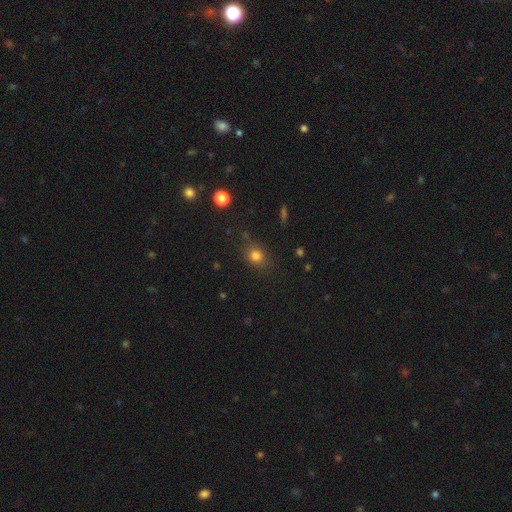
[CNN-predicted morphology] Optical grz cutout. It shows a smooth galaxy with no disk features (79%) that is round (65%). Merging: none (79%).